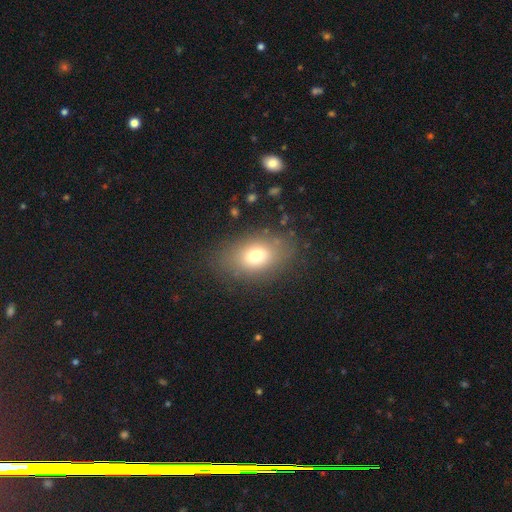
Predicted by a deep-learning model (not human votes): Smooth or featured?
  - smooth: 73% *
  - featured or disk: 15%
  - star or artifact: 12%
How rounded?
  - in between: 77% *
  - round: 21%
  - cigar-shaped: 2%
Merging?
  - none: 80% *
  - minor disturbance: 12%
  - major disturbance: 6%
  - merger: 1%